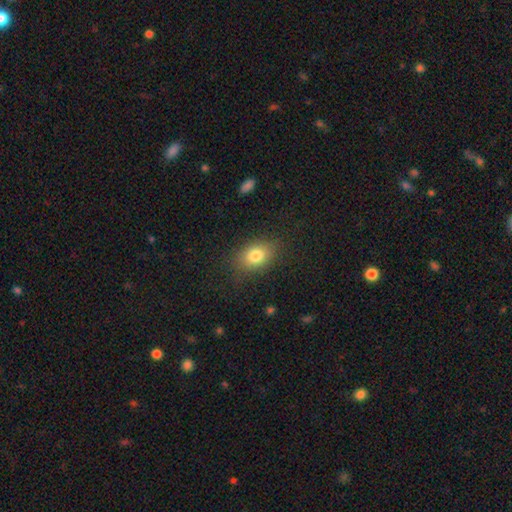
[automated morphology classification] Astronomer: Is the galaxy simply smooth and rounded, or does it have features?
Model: smooth — 80%.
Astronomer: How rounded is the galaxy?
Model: in between — 76%.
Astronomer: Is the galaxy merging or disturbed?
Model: none — 80%.